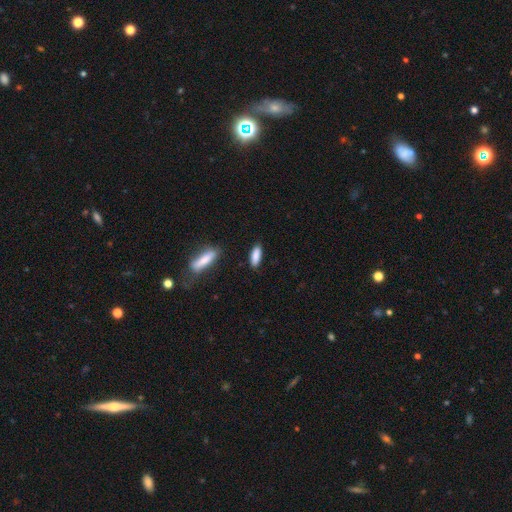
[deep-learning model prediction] The model was most divided on "how rounded": in between: 62%, cigar-shaped: 36%, round: 2%. More confident: smooth or featured — smooth (88%); merging — none (83%).